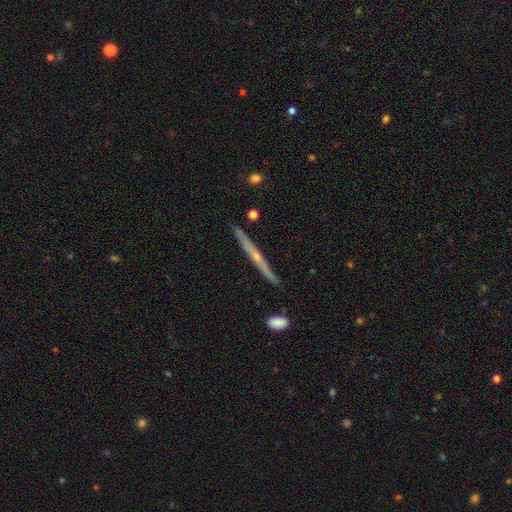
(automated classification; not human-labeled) A featured or disk galaxy (73%) viewed edge-on (98%) with a rounded central bulge (59%). Merging: none (89%).